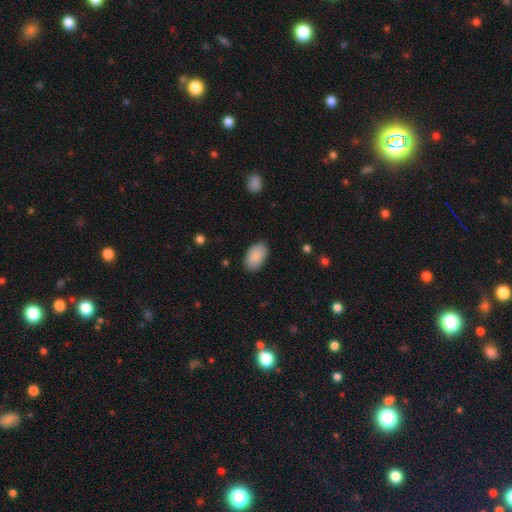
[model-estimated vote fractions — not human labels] smooth_or_featured: smooth (p=0.90) [alt: star or artifact p=0.06]
how_rounded: in between (p=0.95) [alt: round p=0.04]
merging: none (p=0.87) [alt: minor disturbance p=0.10]